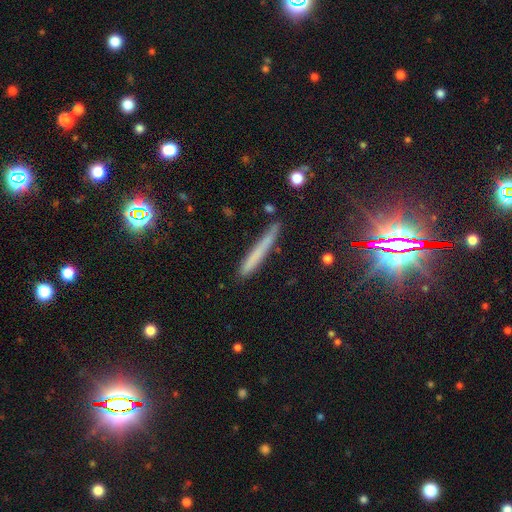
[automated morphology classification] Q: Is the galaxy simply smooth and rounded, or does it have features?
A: smooth — 66%.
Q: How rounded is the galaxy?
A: cigar-shaped — 96%.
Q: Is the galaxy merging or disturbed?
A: none — 83%.